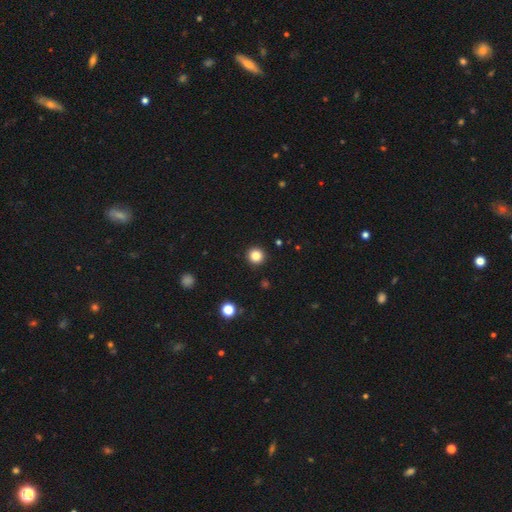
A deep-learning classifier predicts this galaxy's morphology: type=smooth (84%); roundness=round (95%); merging=none (93%).